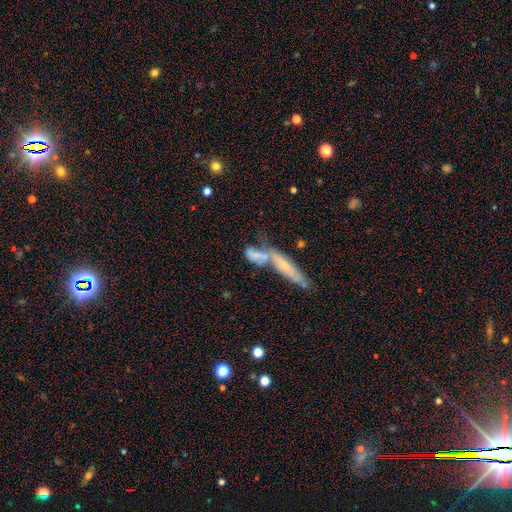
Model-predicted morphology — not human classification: This is possibly a smooth galaxy (51%). How rounded: possibly cigar-shaped (52%). Merging: likely merger (63%).